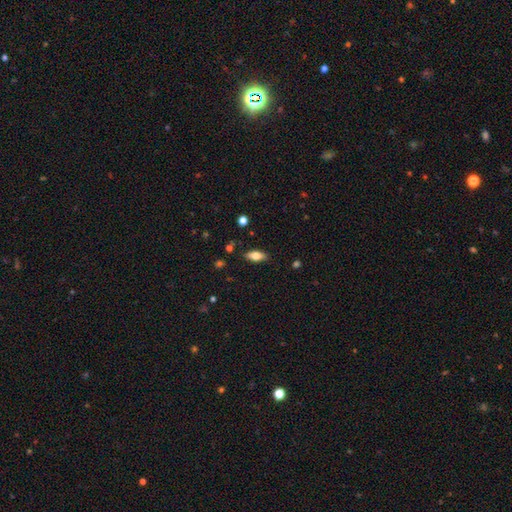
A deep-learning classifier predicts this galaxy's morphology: Smooth or featured? Predicted: smooth (p=0.70). How rounded? Predicted: in between (p=0.82). Merging? Predicted: none (p=0.86).